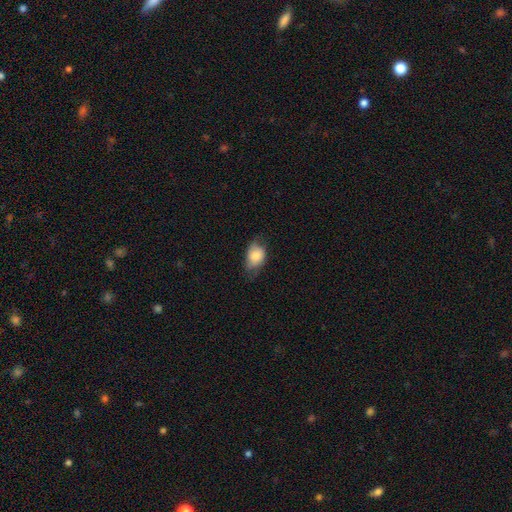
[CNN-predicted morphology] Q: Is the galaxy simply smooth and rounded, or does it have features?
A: smooth — 73%.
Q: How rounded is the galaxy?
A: in between — 76%.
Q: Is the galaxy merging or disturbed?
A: none — 53%.